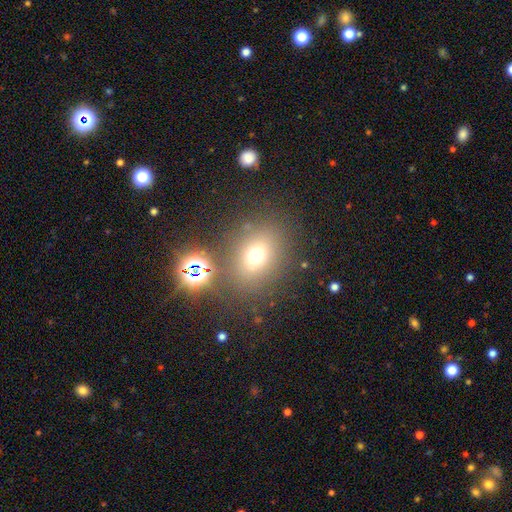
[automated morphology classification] smooth-or-featured: smooth: 64% | star or artifact: 24% | featured or disk: 12%
  how-rounded: round: 55% | in between: 43% | cigar-shaped: 1%
  merging: none: 76% | minor disturbance: 10% | merger: 7% | major disturbance: 6%